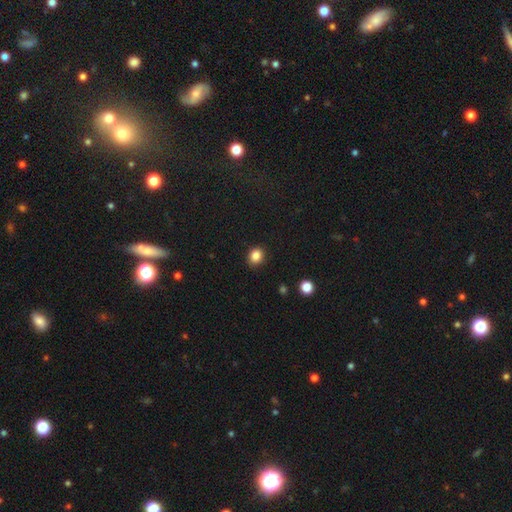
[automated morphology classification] A smooth galaxy with no disk features (85%) that is round (63%).

Vote fractions:
- Smooth or featured? smooth: 85% / star or artifact: 10% / featured or disk: 4%
- How rounded? round: 63% / in between: 36% / cigar-shaped: 1%
- Merging? none: 88% / minor disturbance: 9% / major disturbance: 2% / merger: 1%